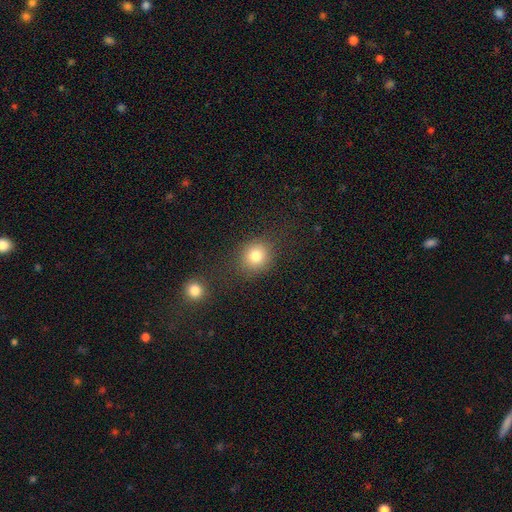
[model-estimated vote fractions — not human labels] Smooth or featured?
  - smooth: 81% *
  - star or artifact: 12%
  - featured or disk: 8%
How rounded?
  - round: 81% *
  - in between: 18%
  - cigar-shaped: 1%
Merging?
  - none: 80% *
  - minor disturbance: 10%
  - merger: 5%
  - major disturbance: 5%